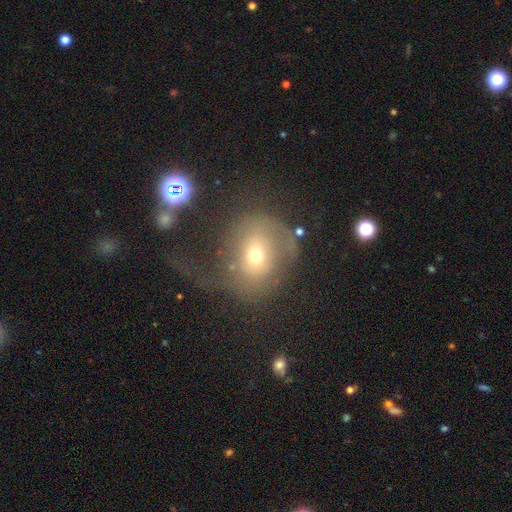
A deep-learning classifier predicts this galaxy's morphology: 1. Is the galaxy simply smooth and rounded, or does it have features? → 45% smooth, 42% featured or disk, 13% star or artifact.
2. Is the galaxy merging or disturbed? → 49% major disturbance, 29% none, 17% minor disturbance, 5% merger.